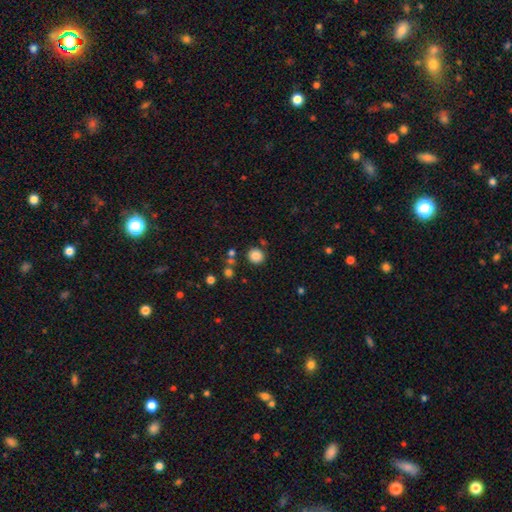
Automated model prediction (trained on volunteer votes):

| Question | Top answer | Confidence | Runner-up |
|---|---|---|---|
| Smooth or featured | smooth | 85% | star or artifact (11%) |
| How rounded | round | 88% | in between (11%) |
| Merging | none | 83% | minor disturbance (8%) |